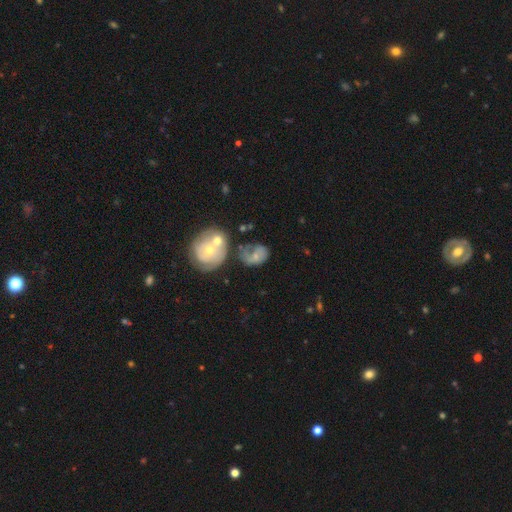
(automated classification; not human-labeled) The model was most divided on "merging": merger: 29%, none: 28%, major disturbance: 22%, minor disturbance: 21%. Remaining: smooth or featured — featured or disk (49%).